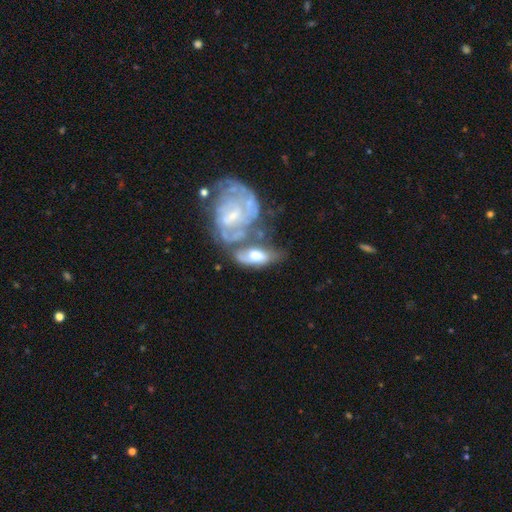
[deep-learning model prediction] Smooth or featured? Predicted: featured or disk (p=0.56). Edge-on disk? Predicted: no (p=0.89). Merging? Predicted: merger (p=0.49).